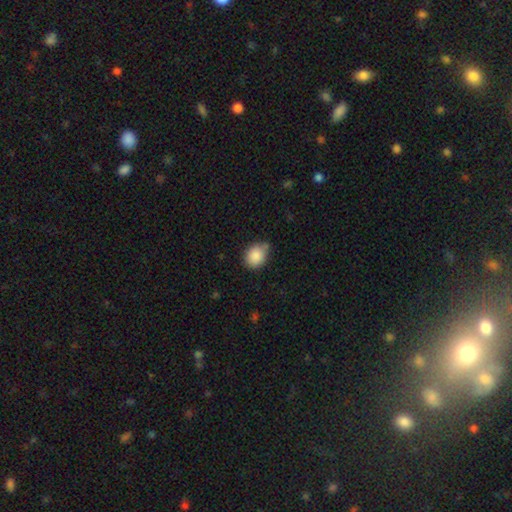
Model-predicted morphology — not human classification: Smooth or featured? smooth (87%)
How rounded? round (64%)
Merging? none (65%)